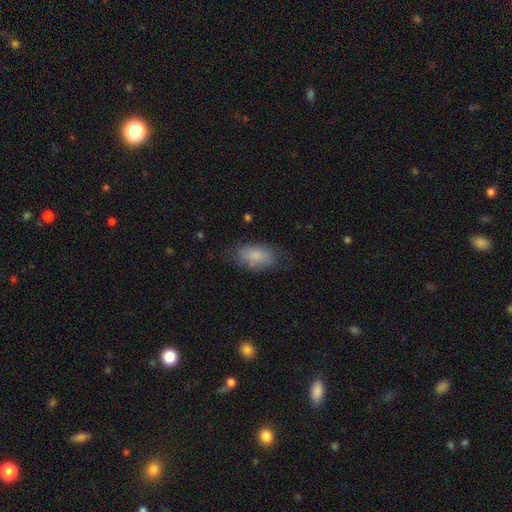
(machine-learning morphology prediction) Smooth or featured?
  - smooth: 81% *
  - featured or disk: 12%
  - star or artifact: 7%
How rounded?
  - in between: 92% *
  - round: 4%
  - cigar-shaped: 4%
Merging?
  - none: 71% *
  - minor disturbance: 21%
  - major disturbance: 7%
  - merger: 2%